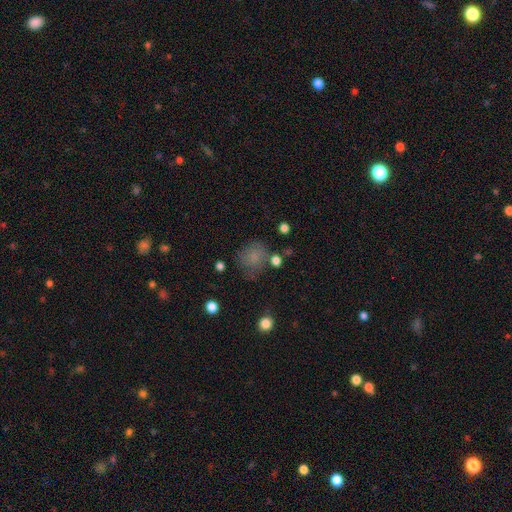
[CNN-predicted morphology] This appears to be a smooth galaxy with no disk features (77%) that is round (77%). Merging: none (62%).